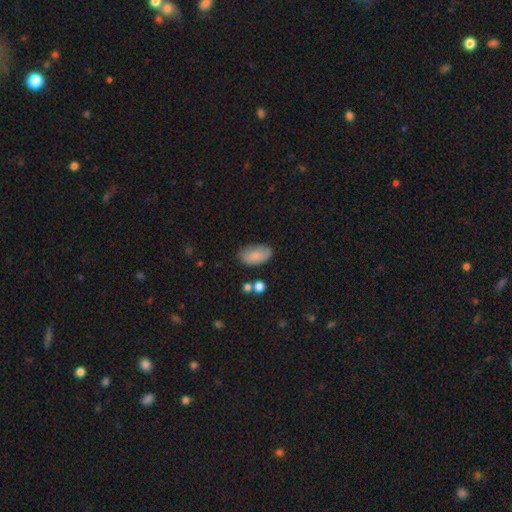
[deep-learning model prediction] A smooth galaxy with no disk features (80%) that is in between round and cigar-shaped (94%).

Vote fractions:
- Smooth or featured? smooth: 80% / featured or disk: 13% / star or artifact: 7%
- How rounded? in between: 94% / round: 4% / cigar-shaped: 2%
- Merging? none: 66% / minor disturbance: 24% / major disturbance: 6% / merger: 4%